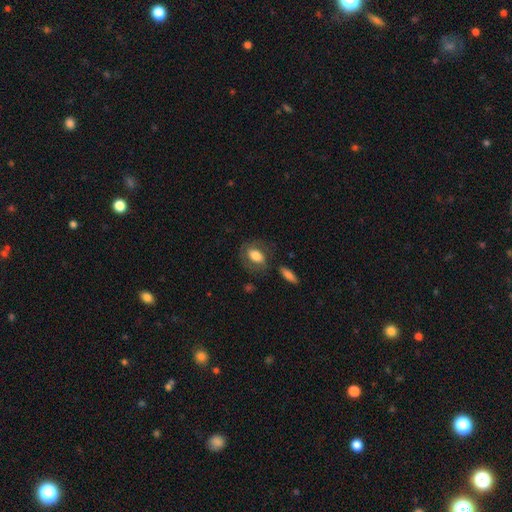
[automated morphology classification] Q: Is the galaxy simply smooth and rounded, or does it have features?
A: smooth — 60%.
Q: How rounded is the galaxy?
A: in between — 81%.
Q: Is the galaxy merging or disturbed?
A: none — 63%.